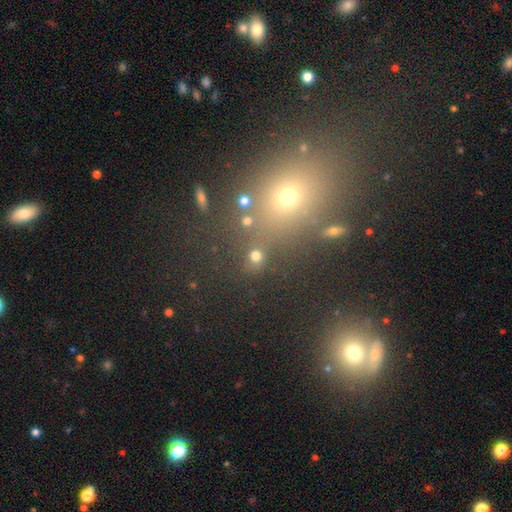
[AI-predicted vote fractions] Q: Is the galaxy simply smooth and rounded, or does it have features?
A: smooth — 74%.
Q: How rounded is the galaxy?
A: round — 84%.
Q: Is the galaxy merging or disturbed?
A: none — 76%.